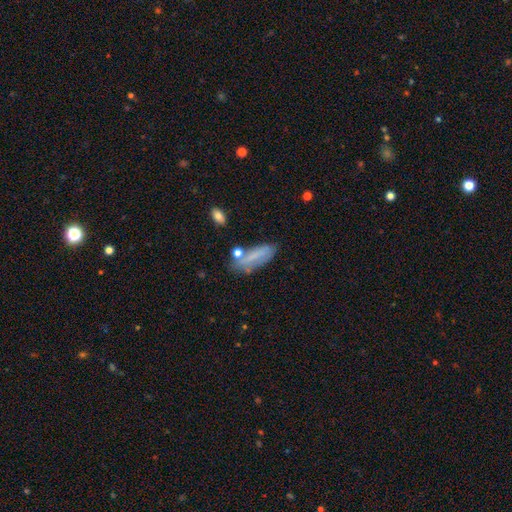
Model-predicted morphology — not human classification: smooth-or-featured: smooth: 68% | featured or disk: 23% | star or artifact: 9%
  how-rounded: in between: 61% | cigar-shaped: 36% | round: 3%
  merging: none: 57% | minor disturbance: 25% | major disturbance: 10% | merger: 8%